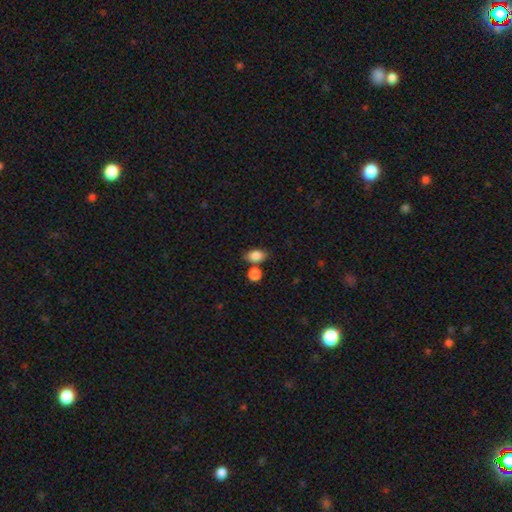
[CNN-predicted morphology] This appears to be a smooth galaxy with no disk features (85%) that is in between round and cigar-shaped (81%). Merging: none (65%).